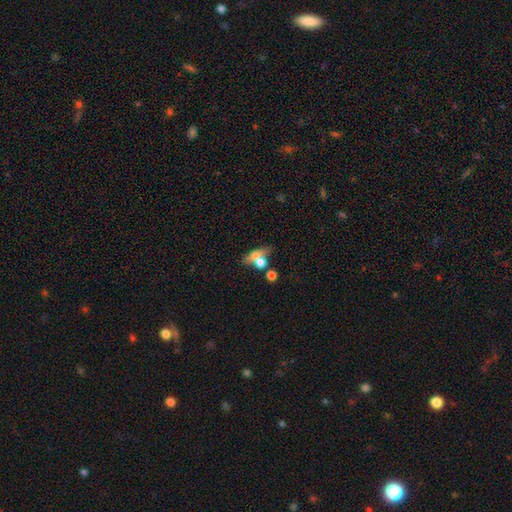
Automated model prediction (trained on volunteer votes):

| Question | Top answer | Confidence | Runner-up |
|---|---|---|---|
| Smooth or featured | smooth | 55% | featured or disk (33%) |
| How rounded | in between | 52% | round (30%) |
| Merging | merger | 47% | none (31%) |